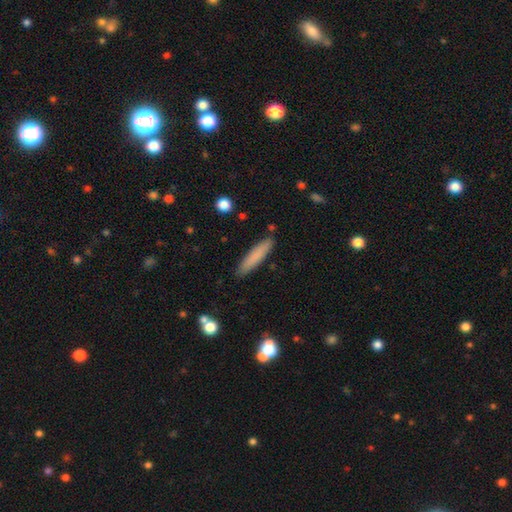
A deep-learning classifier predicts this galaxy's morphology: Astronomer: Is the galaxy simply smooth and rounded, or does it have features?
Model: smooth — 80%.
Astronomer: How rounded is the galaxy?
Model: cigar-shaped — 87%.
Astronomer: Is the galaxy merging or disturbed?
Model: none — 88%.